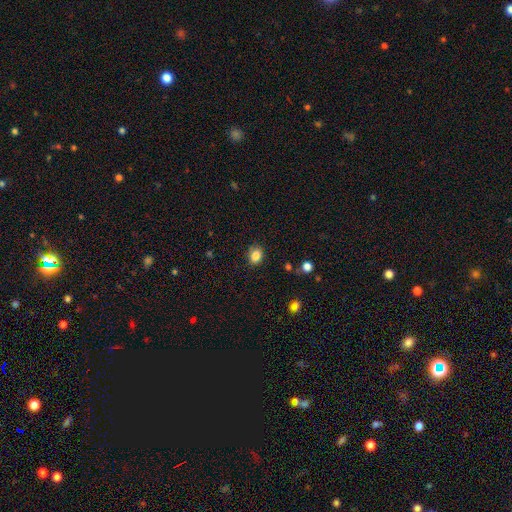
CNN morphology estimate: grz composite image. It shows a smooth galaxy with no disk features (84%) that is round (51%). Merging: none (84%).